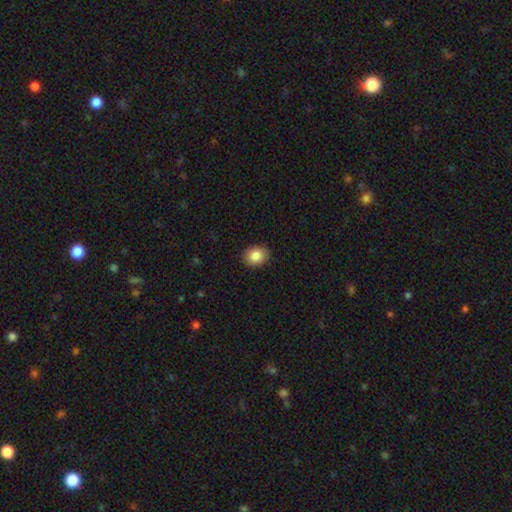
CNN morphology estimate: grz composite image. It shows a smooth galaxy with no disk features (85%) that is round (58%). Merging: none (90%).